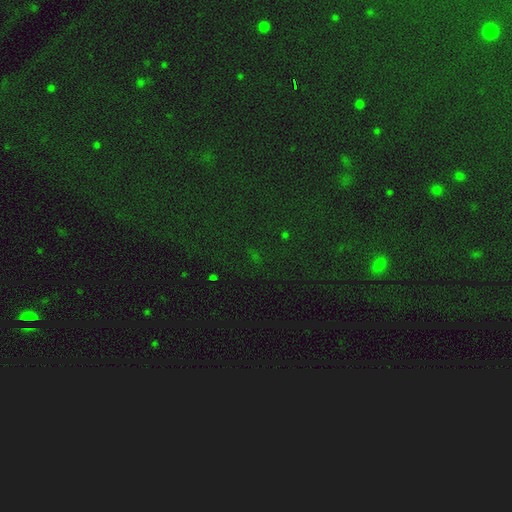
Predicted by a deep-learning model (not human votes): Morphology: type=star or artifact (79%).